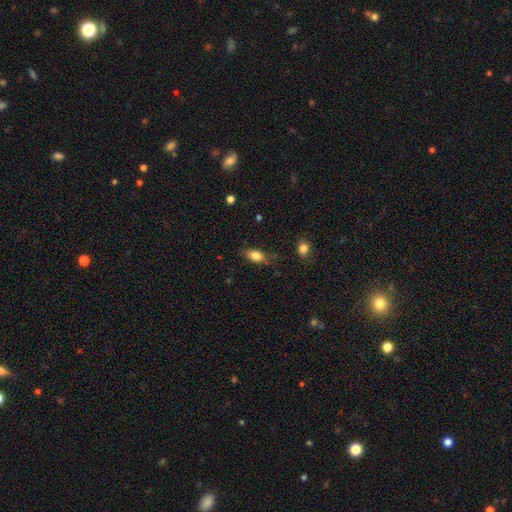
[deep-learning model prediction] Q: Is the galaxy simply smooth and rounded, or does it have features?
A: smooth — 79%.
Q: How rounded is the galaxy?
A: in between — 82%.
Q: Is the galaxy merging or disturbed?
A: none — 71%.